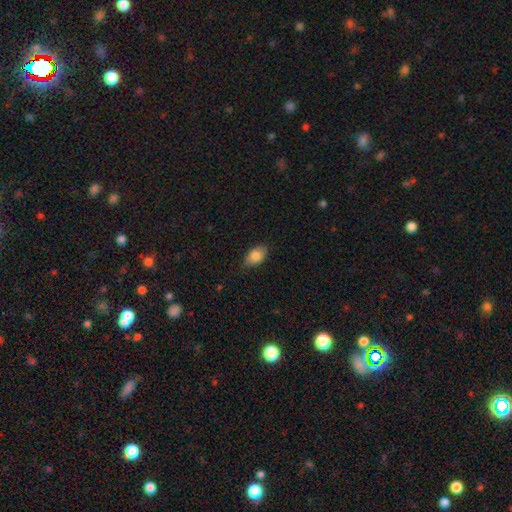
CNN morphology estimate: This appears to be a smooth galaxy with no disk features (84%) that is in between round and cigar-shaped (90%). Merging: none (83%).